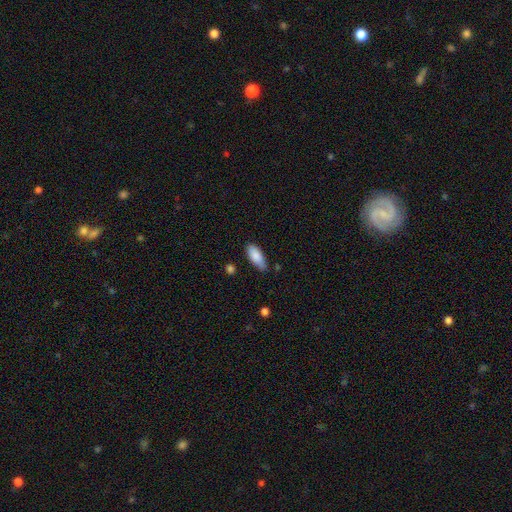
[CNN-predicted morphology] Smooth or featured?
  - smooth: 87% *
  - featured or disk: 7%
  - star or artifact: 6%
How rounded?
  - in between: 82% *
  - cigar-shaped: 16%
  - round: 2%
Merging?
  - none: 71% *
  - minor disturbance: 24%
  - major disturbance: 3%
  - merger: 2%